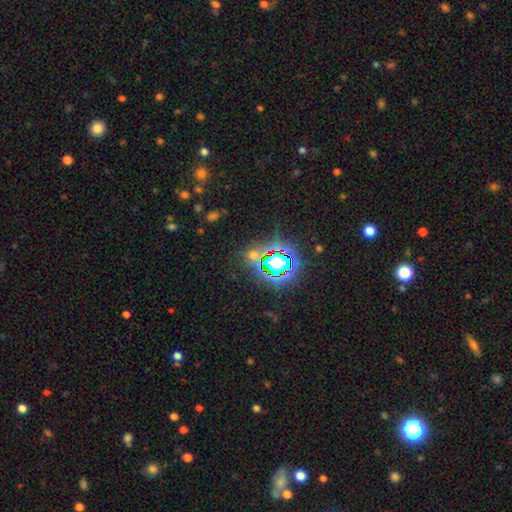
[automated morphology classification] type=star or artifact (74%).